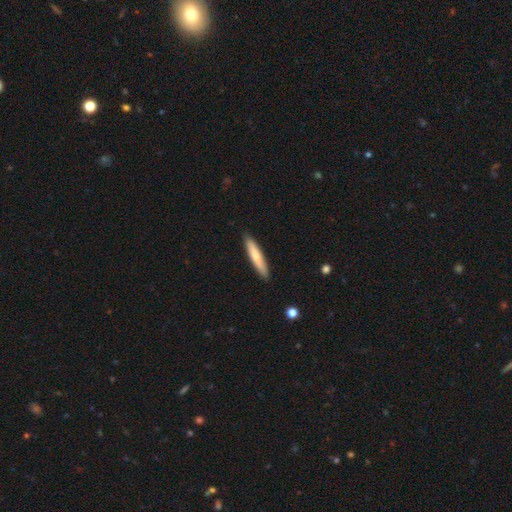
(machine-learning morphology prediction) smooth 71%, featured or disk 24%, star or artifact 5%. Down the decision tree: how rounded — cigar-shaped (90%); merging — none (90%).